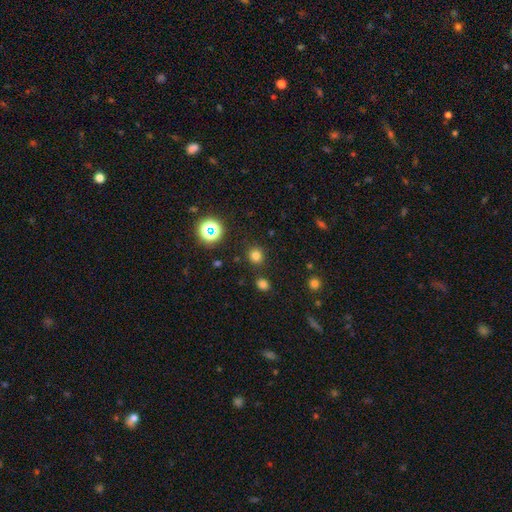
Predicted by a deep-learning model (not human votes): smooth 75%, star or artifact 20%, featured or disk 5%. Down the decision tree: how rounded — round (89%); merging — none (85%).